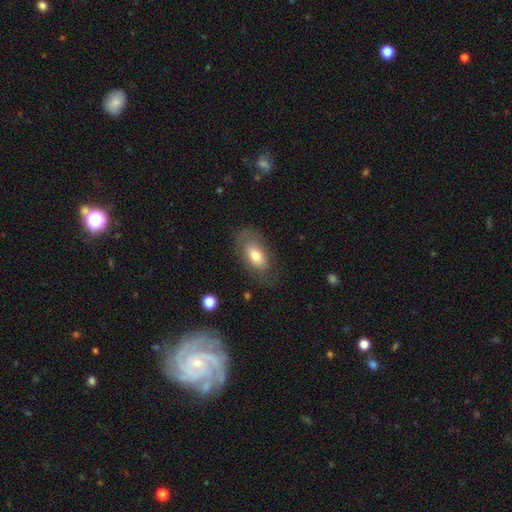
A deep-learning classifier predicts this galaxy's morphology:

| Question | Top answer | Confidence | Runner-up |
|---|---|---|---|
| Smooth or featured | smooth | 70% | featured or disk (22%) |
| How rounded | in between | 90% | round (6%) |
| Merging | none | 72% | minor disturbance (18%) |